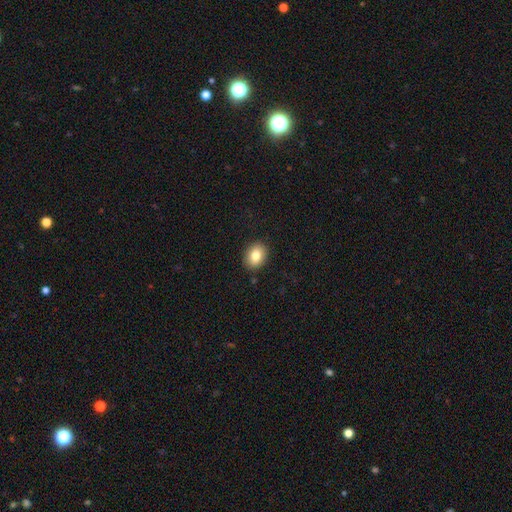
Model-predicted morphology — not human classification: A smooth galaxy with no disk features (82%) that is in between round and cigar-shaped (58%).

Vote fractions:
- Smooth or featured? smooth: 82% / featured or disk: 9% / star or artifact: 9%
- How rounded? in between: 58% / round: 41% / cigar-shaped: 1%
- Merging? none: 89% / minor disturbance: 8% / major disturbance: 2% / merger: 1%